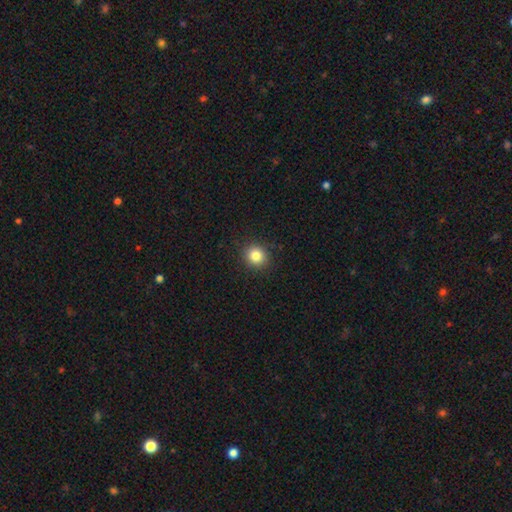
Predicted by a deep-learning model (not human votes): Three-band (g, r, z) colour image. It shows a smooth galaxy with no disk features (84%) that is round (87%). Merging: none (91%).